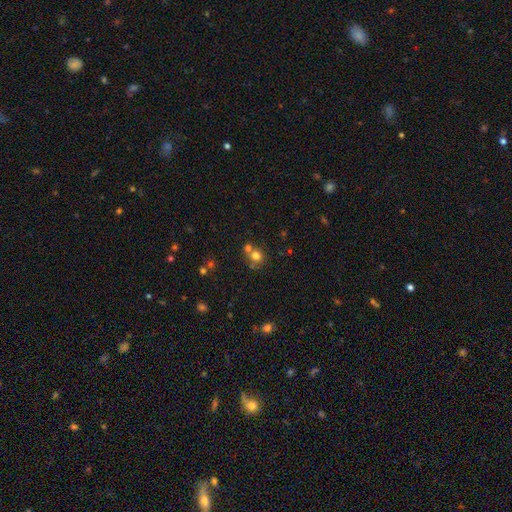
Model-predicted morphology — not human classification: This appears to be a smooth galaxy with no disk features (73%) that is round (85%). Merging: none (53%).